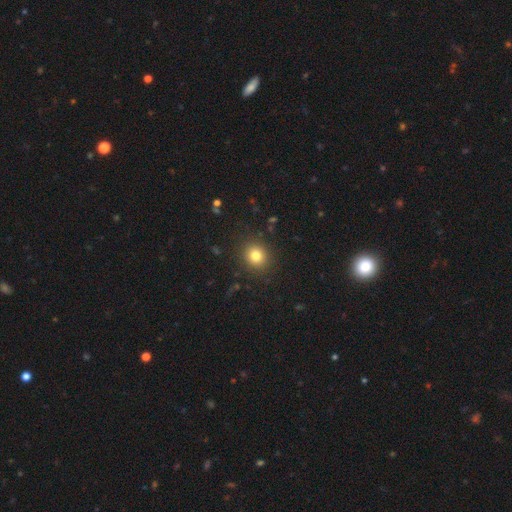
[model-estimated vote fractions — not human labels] Smooth or featured: smooth — 80% (star or artifact — 13%)
How rounded: round — 85% (in between — 14%)
Merging: none — 90% (minor disturbance — 7%)